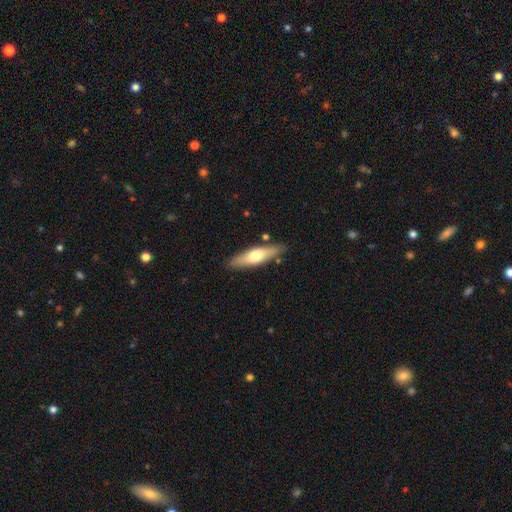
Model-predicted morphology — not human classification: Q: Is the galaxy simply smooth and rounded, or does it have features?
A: smooth — 55%.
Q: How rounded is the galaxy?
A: cigar-shaped — 66%.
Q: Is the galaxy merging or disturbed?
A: none — 84%.